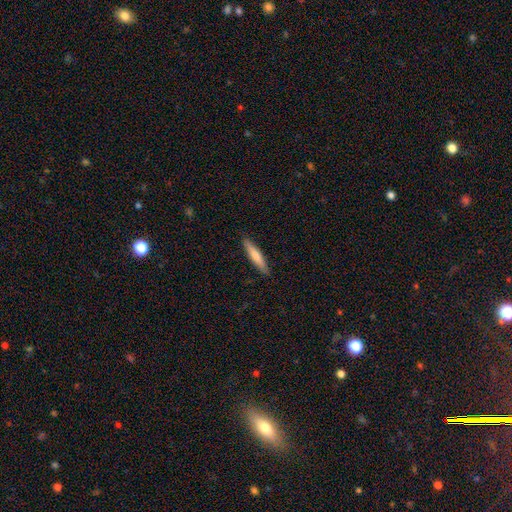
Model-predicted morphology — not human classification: This appears to be a smooth galaxy with no disk features (65%) that is cigar-shaped (89%). Merging: none (90%).